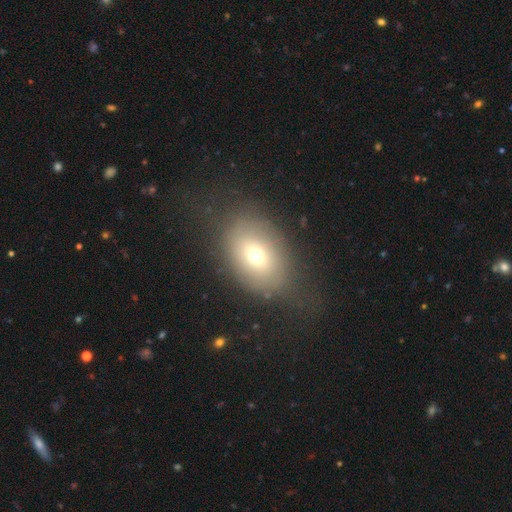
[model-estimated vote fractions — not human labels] smooth_or_featured: smooth (p=0.66) [alt: featured or disk p=0.21]
how_rounded: in between (p=0.70) [alt: round p=0.28]
merging: none (p=0.61) [alt: minor disturbance p=0.21]